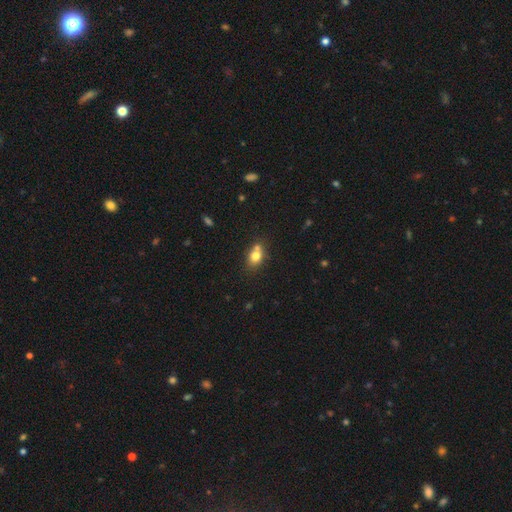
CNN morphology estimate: A smooth galaxy with no disk features (76%) that is in between round and cigar-shaped (57%). Merging: none (50%).